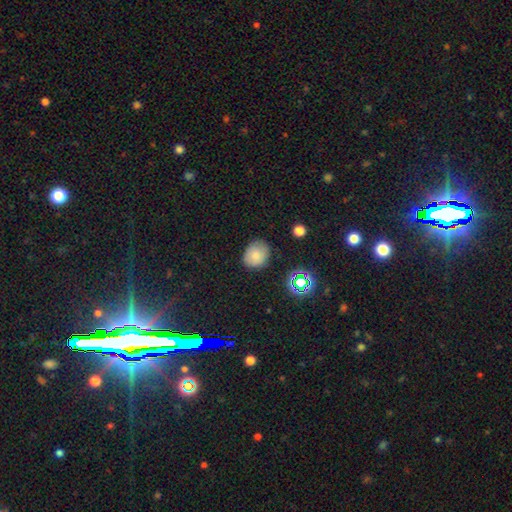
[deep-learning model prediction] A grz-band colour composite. It shows a smooth galaxy with no disk features (79%) that is round (59%). Merging: none (77%).